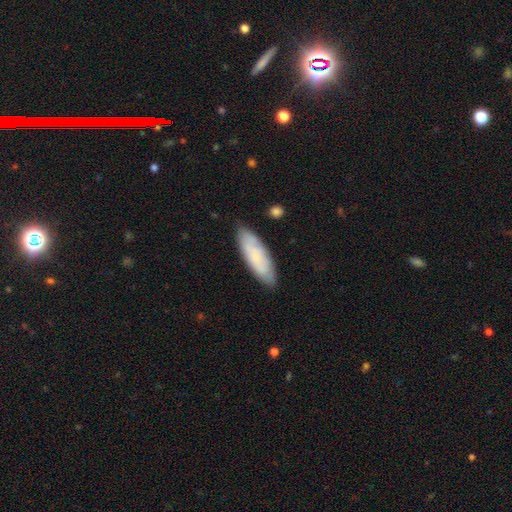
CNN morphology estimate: Smooth or featured: smooth — 71% (featured or disk — 22%)
How rounded: in between — 57% (cigar-shaped — 41%)
Merging: none — 81% (minor disturbance — 14%)